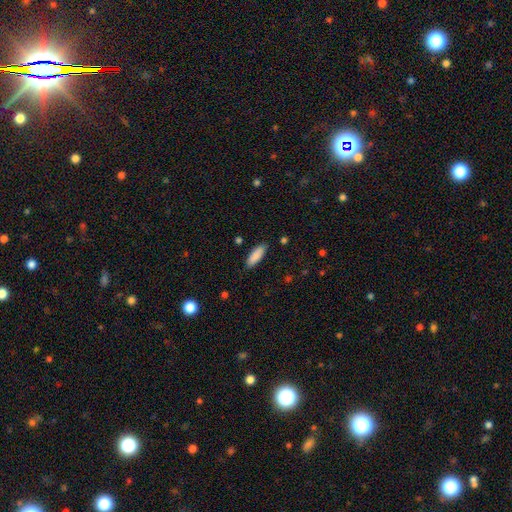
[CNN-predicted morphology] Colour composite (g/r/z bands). It shows a smooth galaxy with no disk features (88%) that is in between round and cigar-shaped (58%). Merging: none (87%).